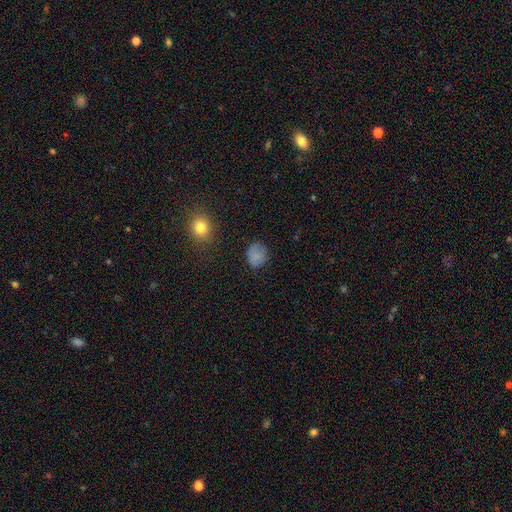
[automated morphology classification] This is clearly a smooth galaxy (82%). How rounded: likely round (65%). Merging: likely none (77%).